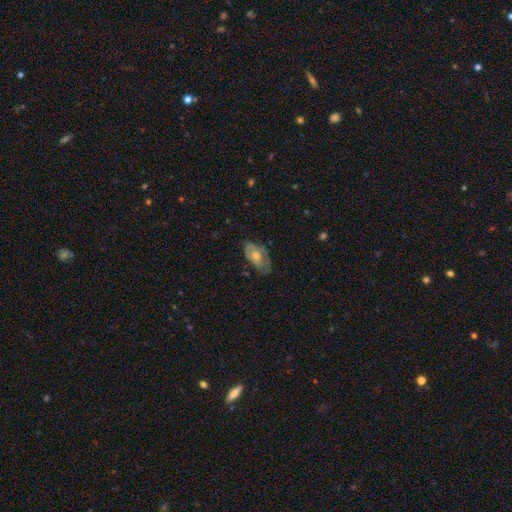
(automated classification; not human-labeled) The model was most divided on "spiral arms": yes: 62%, no: 38%. More confident: edge-on disk — no (91%); bar — no (80%); merging — none (69%); bulge size — moderate (64%); smooth or featured — featured or disk (62%).